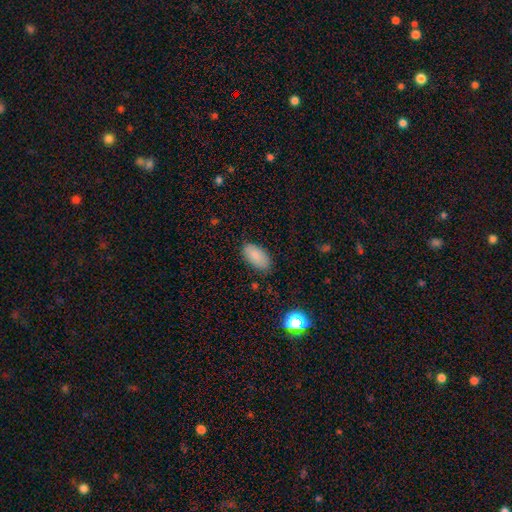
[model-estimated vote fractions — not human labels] Smooth or featured? smooth (87%)
How rounded? in between (94%)
Merging? none (82%)